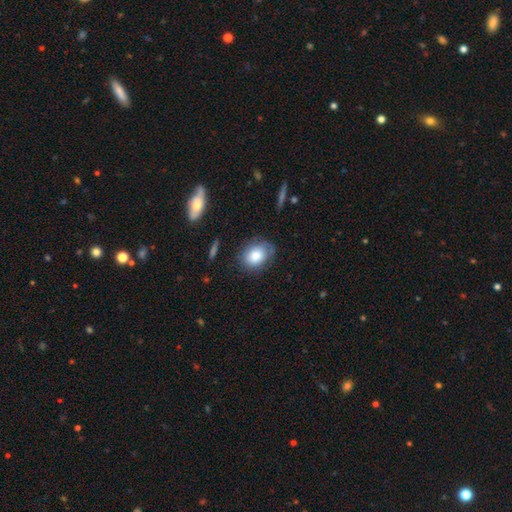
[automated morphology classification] Smooth or featured: smooth — 78% (featured or disk — 14%)
How rounded: in between — 58% (round — 41%)
Merging: none — 69% (minor disturbance — 22%)